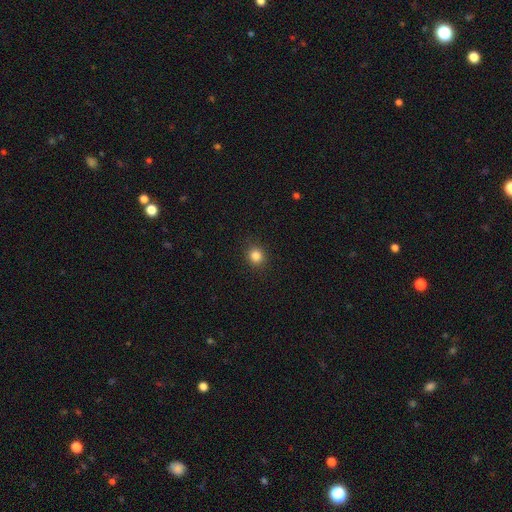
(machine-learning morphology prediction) type=smooth (84%); roundness=round (83%); merging=none (90%).